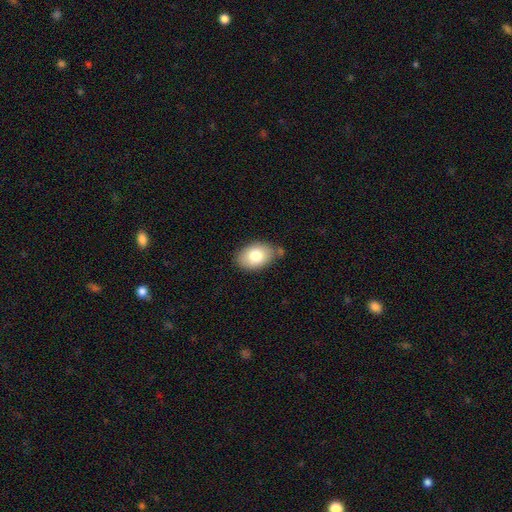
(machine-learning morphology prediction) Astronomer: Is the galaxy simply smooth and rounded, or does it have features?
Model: smooth — 79%.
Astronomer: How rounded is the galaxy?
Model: in between — 84%.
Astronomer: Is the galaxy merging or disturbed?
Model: none — 73%.